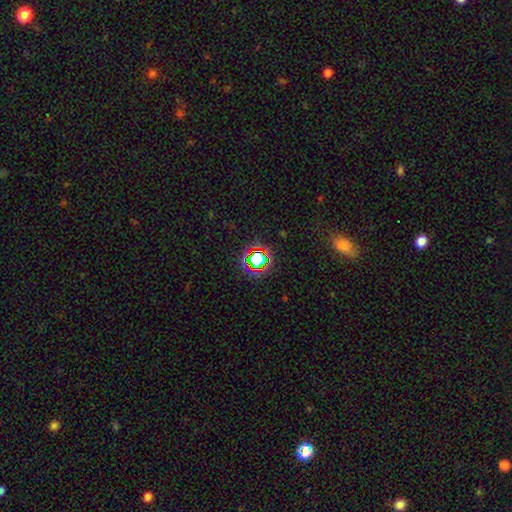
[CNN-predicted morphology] Smooth or featured? star or artifact (65%)